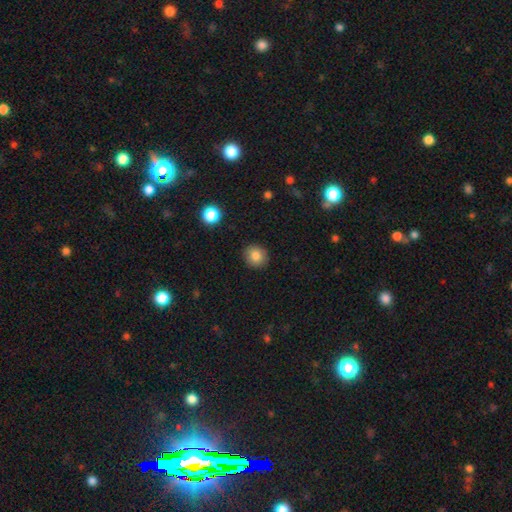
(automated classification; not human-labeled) smooth_or_featured: smooth (p=0.83) [alt: star or artifact p=0.10]
how_rounded: round (p=0.85) [alt: in between p=0.15]
merging: none (p=0.90) [alt: minor disturbance p=0.07]